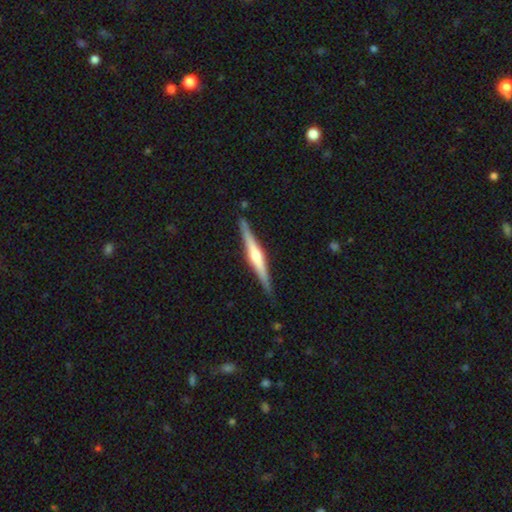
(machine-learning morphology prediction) smooth-or-featured: featured or disk: 72% | smooth: 24% | star or artifact: 5%
  disk-edge-on: yes: 98% | no: 2%
    edge-on-bulge: rounded: 81% | none: 10% | boxy: 9%
  merging: none: 89% | minor disturbance: 9% | major disturbance: 1% | merger: 1%